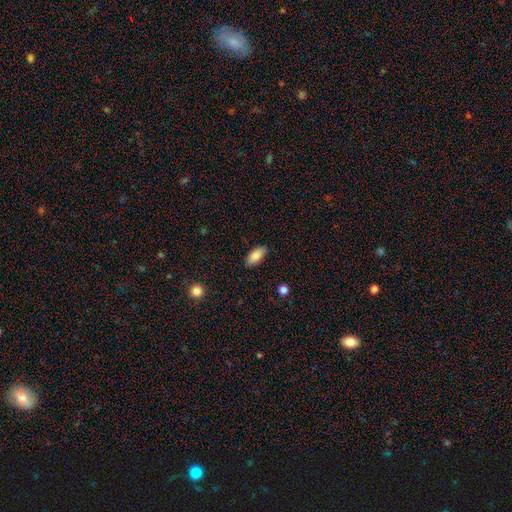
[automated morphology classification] type=smooth (86%); roundness=in between (90%); merging=none (86%).